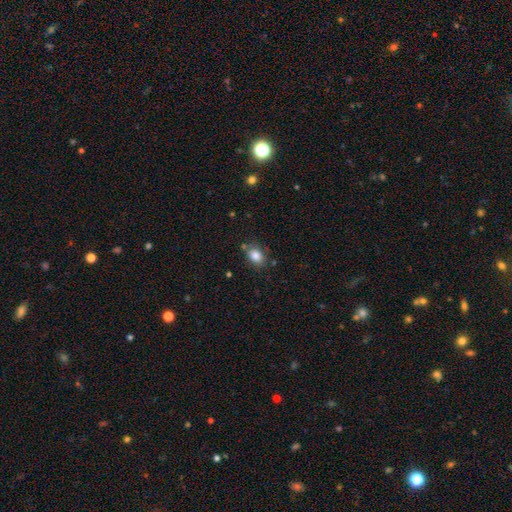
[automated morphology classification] type=smooth (84%); roundness=in between (72%); merging=none (75%).